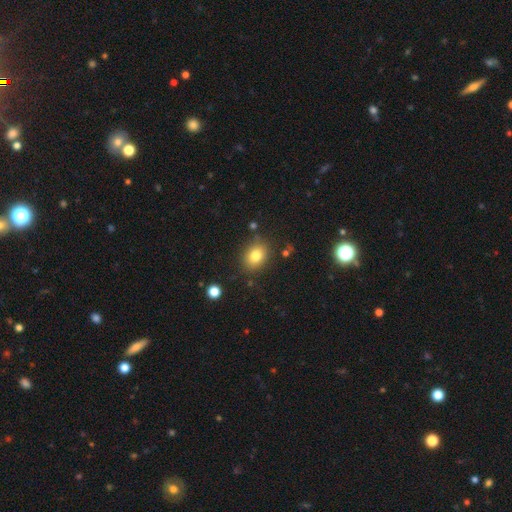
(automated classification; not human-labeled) Q: Smooth or featured?
A: smooth (81%); runner-up: star or artifact (11%)
Q: How rounded?
A: in between (57%); runner-up: round (42%)
Q: Merging?
A: none (82%); runner-up: minor disturbance (12%)